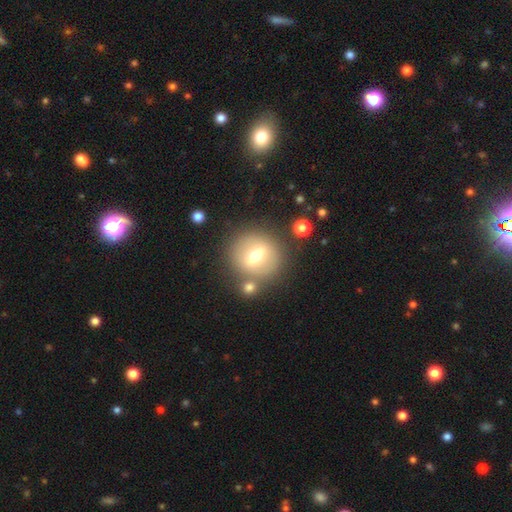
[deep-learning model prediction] A smooth galaxy with no disk features (53%) that is round (88%). Merging: none (75%).